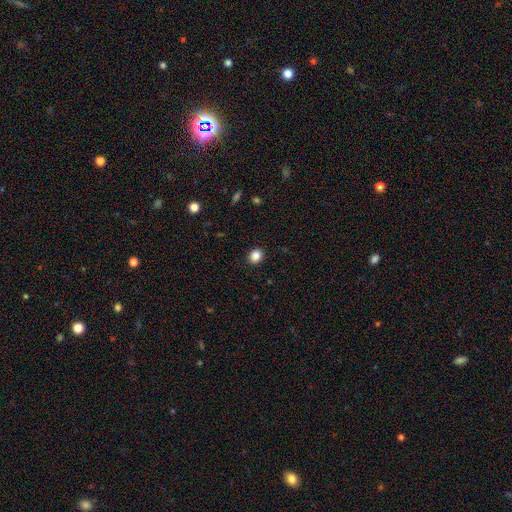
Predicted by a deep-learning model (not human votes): smooth 87%, star or artifact 10%, featured or disk 3%. Down the decision tree: how rounded — round (57%); merging — none (90%).